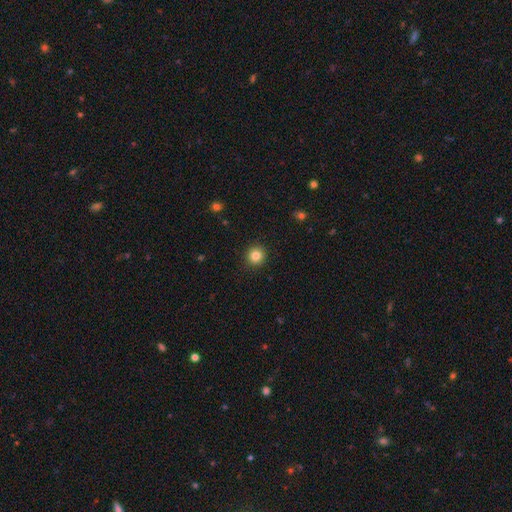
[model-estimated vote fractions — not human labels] Overall: smooth (84%). How rounded: round (94%). Merging: none (93%).